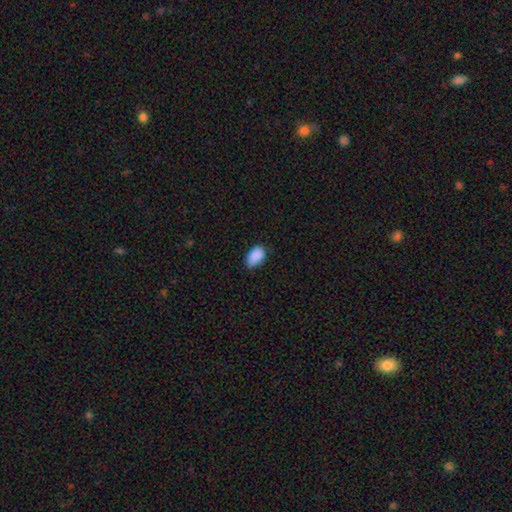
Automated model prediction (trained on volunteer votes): This appears to be a smooth galaxy with no disk features (90%) that is in between round and cigar-shaped (91%). Merging: none (74%).